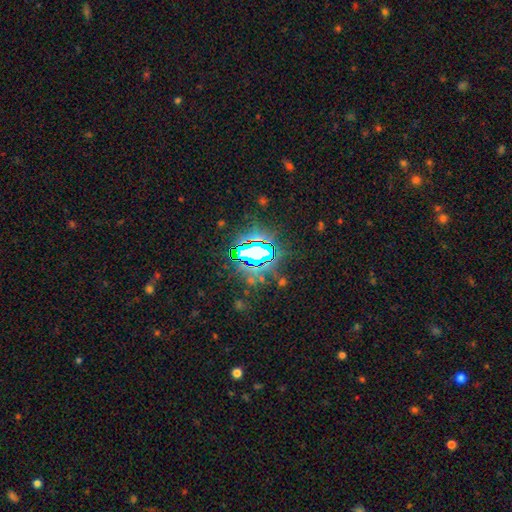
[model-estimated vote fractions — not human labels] Smooth or featured? Predicted: star or artifact (p=0.76).